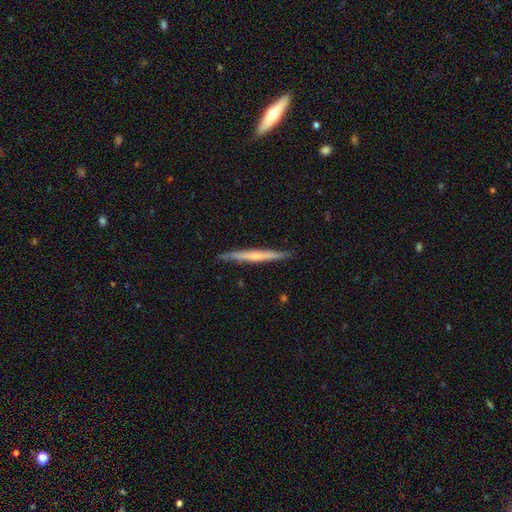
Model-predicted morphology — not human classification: Q: Smooth or featured?
A: featured or disk (55%); runner-up: smooth (40%)
Q: Edge-on disk?
A: yes (96%); runner-up: no (4%)
Q: Edge-on bulge?
A: none (64%); runner-up: rounded (28%)
Q: Merging?
A: none (88%); runner-up: minor disturbance (9%)